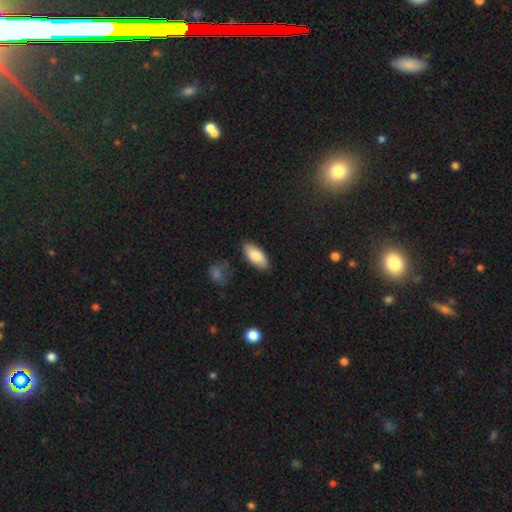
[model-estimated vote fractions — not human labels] smooth 83%, featured or disk 10%, star or artifact 6%. Down the decision tree: how rounded — in between (90%); merging — none (83%).